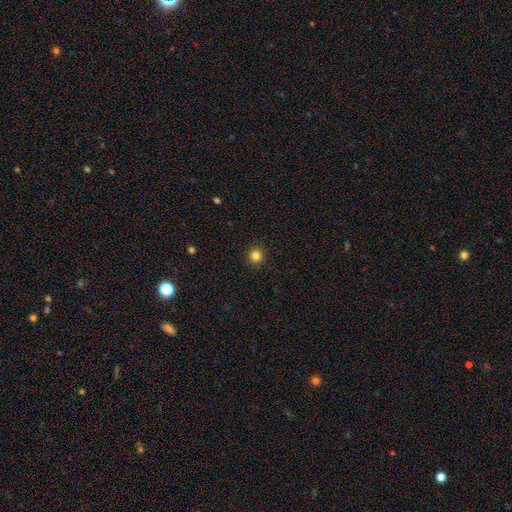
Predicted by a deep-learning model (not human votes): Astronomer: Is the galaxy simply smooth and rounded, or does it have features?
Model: smooth — 83%.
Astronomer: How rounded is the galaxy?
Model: round — 92%.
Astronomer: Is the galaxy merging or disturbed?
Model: none — 93%.